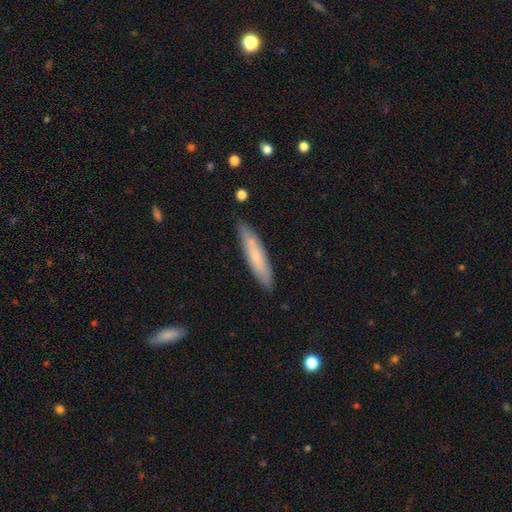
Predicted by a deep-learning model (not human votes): Morphology: type=smooth (64%); roundness=cigar-shaped (87%); merging=none (86%).